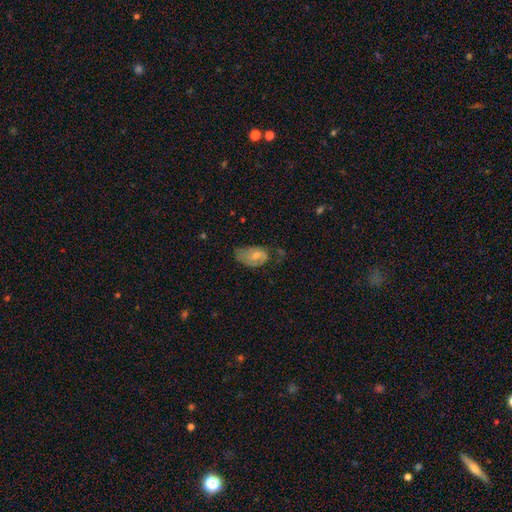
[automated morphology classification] smooth_or_featured: smooth (p=0.52) [alt: featured or disk p=0.41]
how_rounded: in between (p=0.89) [alt: round p=0.08]
merging: minor disturbance (p=0.38) [alt: none p=0.36]